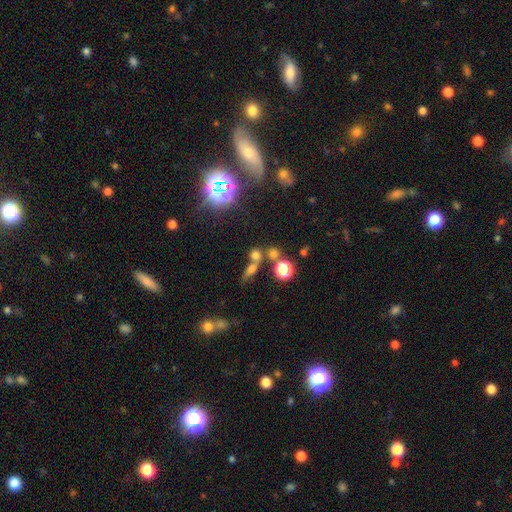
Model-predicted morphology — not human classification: The model was most divided on "merging": none: 43%, merger: 42%, minor disturbance: 9%, major disturbance: 6%. More confident: how rounded — round (66%); smooth or featured — smooth (60%).